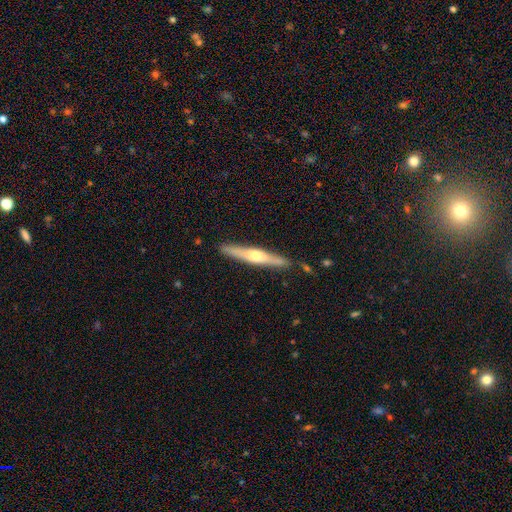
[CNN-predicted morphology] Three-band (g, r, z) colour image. It shows a featured or disk galaxy (62%) viewed edge-on (94%) with a rounded central bulge (87%). Merging: none (85%).